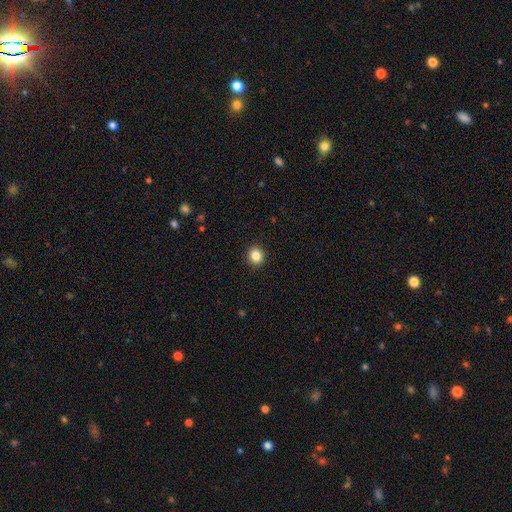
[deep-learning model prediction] smooth 85%, star or artifact 10%, featured or disk 5%. Down the decision tree: how rounded — round (85%); merging — none (92%).